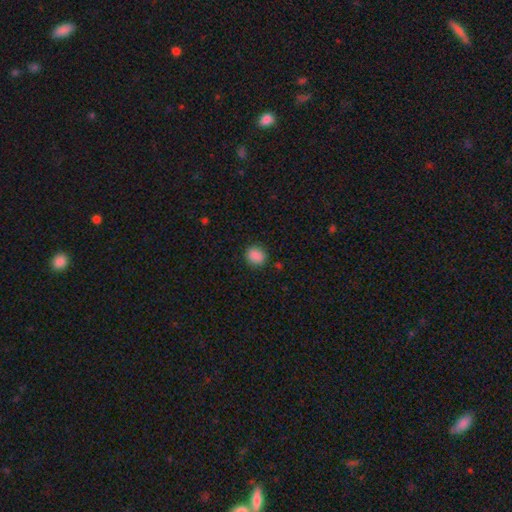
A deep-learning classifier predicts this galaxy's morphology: Smooth or featured: smooth — 88% (star or artifact — 9%)
How rounded: round — 73% (in between — 26%)
Merging: none — 87% (minor disturbance — 9%)